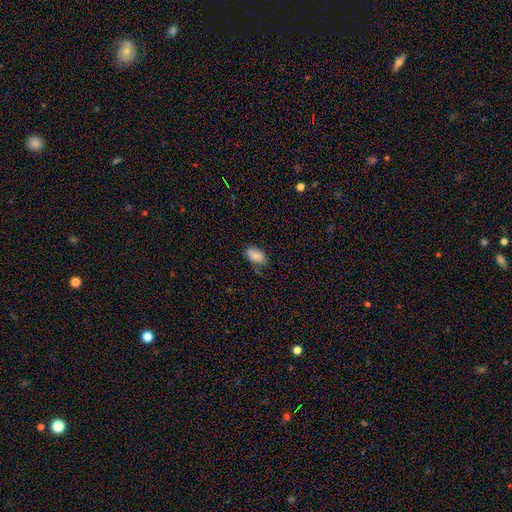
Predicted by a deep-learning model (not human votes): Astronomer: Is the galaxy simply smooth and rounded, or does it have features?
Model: smooth — 85%.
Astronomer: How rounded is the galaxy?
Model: in between — 91%.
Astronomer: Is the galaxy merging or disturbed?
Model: none — 64%.